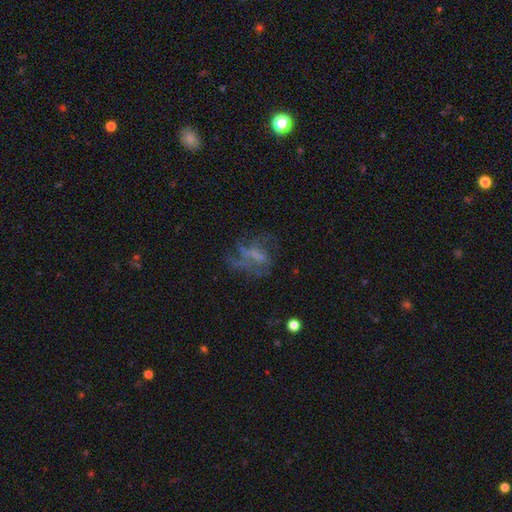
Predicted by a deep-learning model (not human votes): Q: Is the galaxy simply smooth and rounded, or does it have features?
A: featured or disk — 56%.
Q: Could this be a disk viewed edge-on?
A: no — 96%.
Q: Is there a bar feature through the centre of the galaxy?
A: no — 60%.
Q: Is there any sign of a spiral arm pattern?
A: no — 52%.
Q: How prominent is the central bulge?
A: none — 64%.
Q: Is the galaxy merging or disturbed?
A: none — 41%.